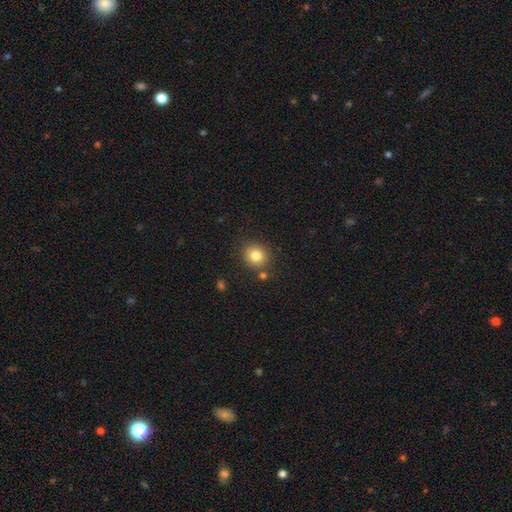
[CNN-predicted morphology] The model was most divided on "how rounded": round: 83%, in between: 16%, cigar-shaped: 1%. More confident: smooth or featured — smooth (82%); merging — none (82%).